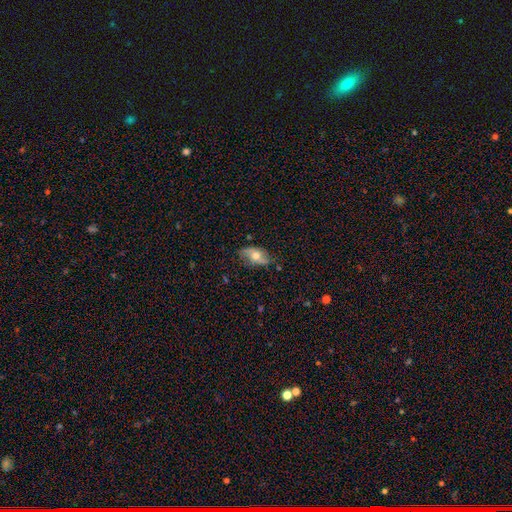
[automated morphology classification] Q: Smooth or featured?
A: featured or disk (51%); runner-up: smooth (40%)
Q: Edge-on disk?
A: no (80%); runner-up: yes (20%)
Q: Merging?
A: none (70%); runner-up: minor disturbance (22%)